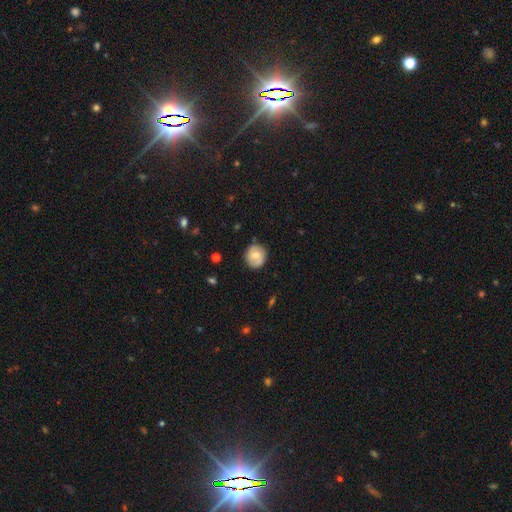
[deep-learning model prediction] Smooth or featured? smooth (56%)
How rounded? round (84%)
Merging? none (81%)